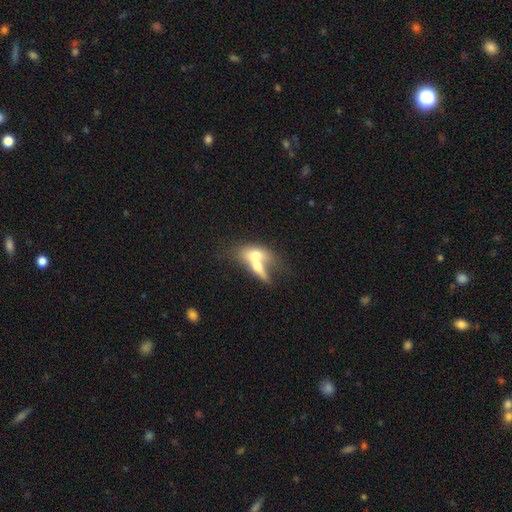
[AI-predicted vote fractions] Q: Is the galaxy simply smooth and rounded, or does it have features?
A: smooth — 60%.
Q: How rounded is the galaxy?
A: in between — 68%.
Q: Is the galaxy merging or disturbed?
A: merger — 71%.